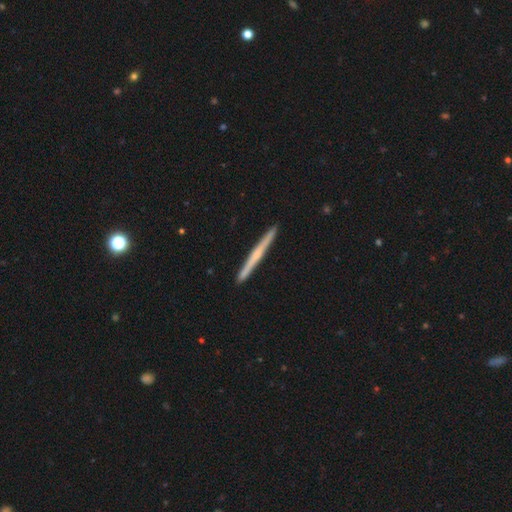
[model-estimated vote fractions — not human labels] A featured or disk galaxy (57%) viewed edge-on (98%) with no central bulge (62%). Merging: none (93%).